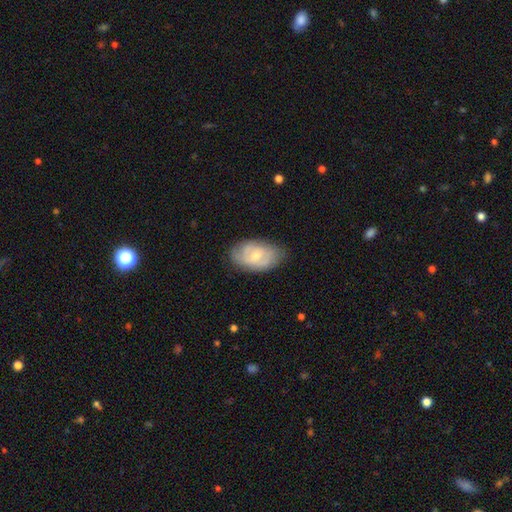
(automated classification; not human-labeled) Smooth or featured? featured or disk (54%)
Edge-on disk? no (95%)
Bar? no (60%)
Spiral arms? yes (74%)
Bulge size? small (55%)
Merging? none (74%)